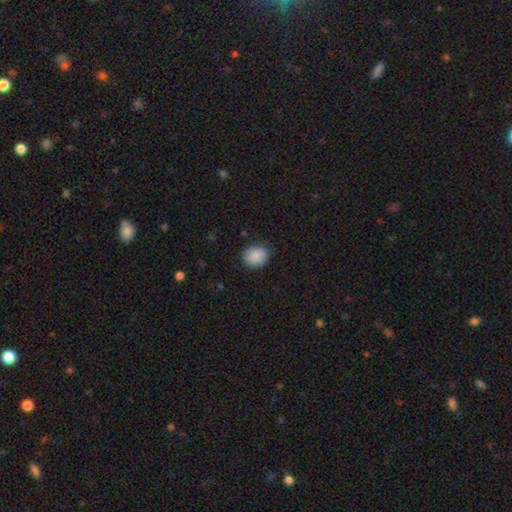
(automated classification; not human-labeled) smooth 88%, star or artifact 8%, featured or disk 4%. Down the decision tree: how rounded — round (68%); merging — none (85%).